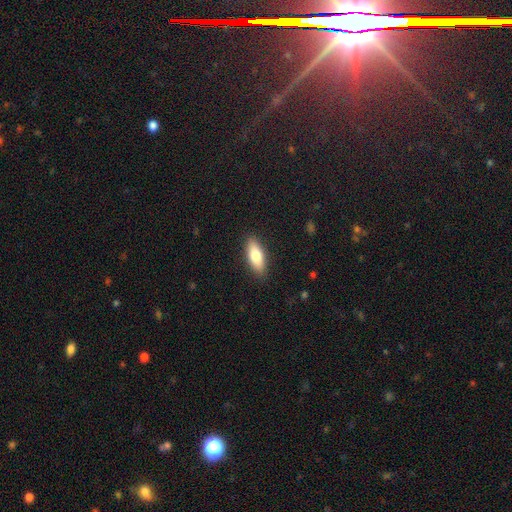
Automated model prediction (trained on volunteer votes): The model was most divided on "how rounded": in between: 69%, cigar-shaped: 28%, round: 2%. More confident: merging — none (89%); smooth or featured — smooth (76%).